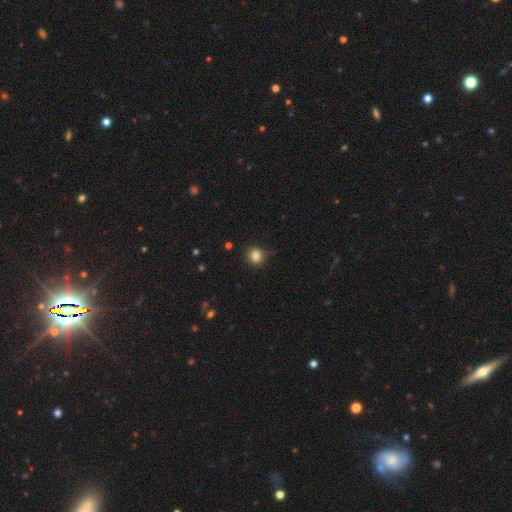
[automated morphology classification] A smooth galaxy with no disk features (83%) that is round (90%).

Vote fractions:
- Smooth or featured? smooth: 83% / star or artifact: 12% / featured or disk: 5%
- How rounded? round: 90% / in between: 9% / cigar-shaped: 1%
- Merging? none: 78% / minor disturbance: 17% / major disturbance: 4% / merger: 2%